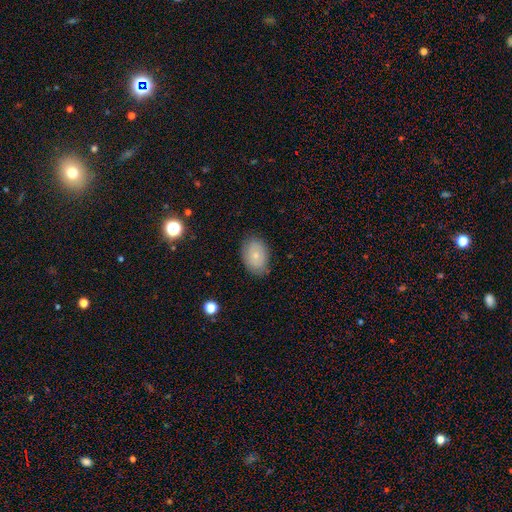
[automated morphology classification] A smooth galaxy with no disk features (74%) that is in between round and cigar-shaped (82%).

Vote fractions:
- Smooth or featured? smooth: 74% / featured or disk: 17% / star or artifact: 8%
- How rounded? in between: 82% / round: 17% / cigar-shaped: 1%
- Merging? none: 80% / minor disturbance: 15% / major disturbance: 3% / merger: 1%